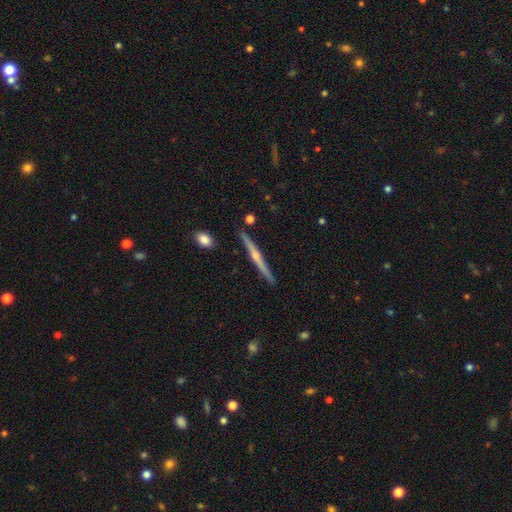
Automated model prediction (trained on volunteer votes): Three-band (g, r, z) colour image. It shows a featured or disk galaxy (77%) viewed edge-on (98%) with a rounded central bulge (81%). Merging: none (90%).